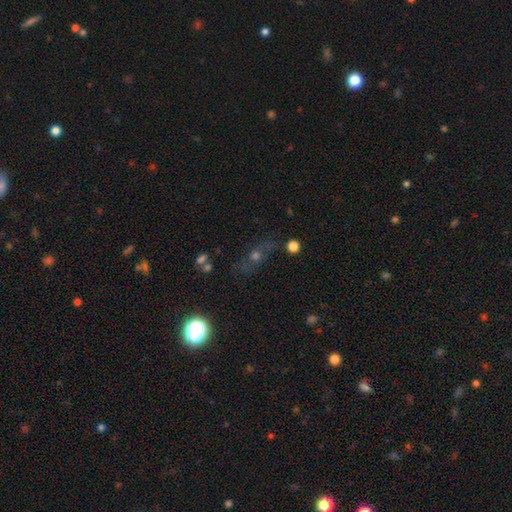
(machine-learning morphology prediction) smooth-or-featured: smooth: 37% | star or artifact: 35% | featured or disk: 27%
  merging: none: 66% | minor disturbance: 16% | major disturbance: 10% | merger: 7%